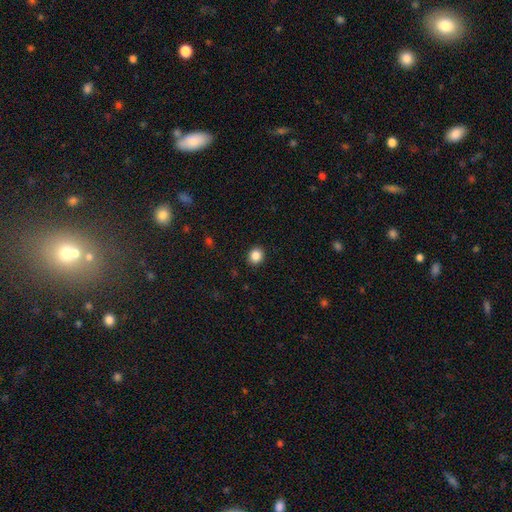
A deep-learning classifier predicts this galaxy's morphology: type=smooth (86%); roundness=round (79%); merging=none (92%).